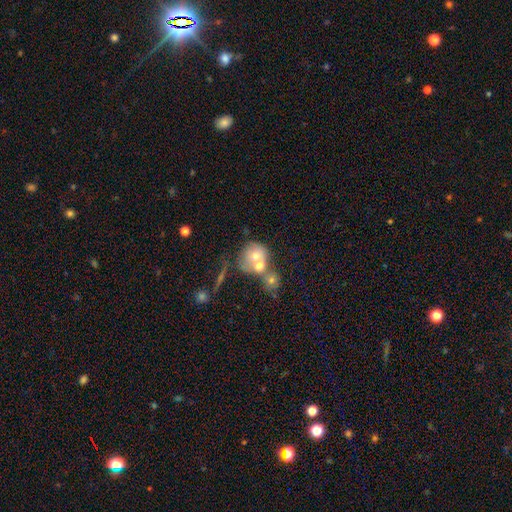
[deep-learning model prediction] A smooth galaxy with no disk features (61%) that is round (75%).

Vote fractions:
- Smooth or featured? smooth: 61% / featured or disk: 28% / star or artifact: 10%
- How rounded? round: 75% / in between: 24% / cigar-shaped: 1%
- Merging? merger: 65% / none: 23% / minor disturbance: 7% / major disturbance: 5%